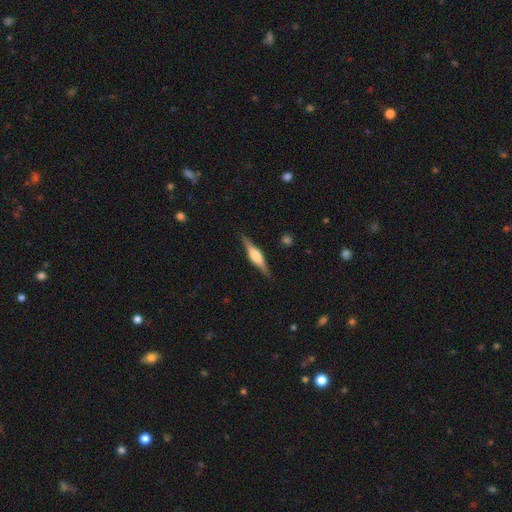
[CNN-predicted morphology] The model was most divided on "smooth or featured": featured or disk: 69%, smooth: 25%, star or artifact: 6%. More confident: edge-on disk — yes (97%); merging — none (88%); edge-on bulge — rounded (75%).